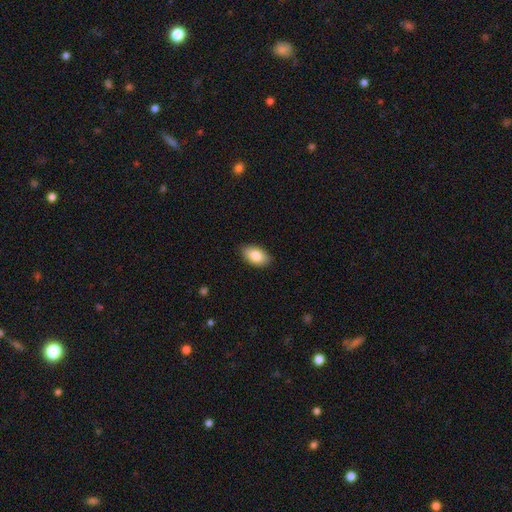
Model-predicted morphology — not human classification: smooth-or-featured: smooth: 84% | featured or disk: 9% | star or artifact: 7%
  how-rounded: in between: 94% | round: 5% | cigar-shaped: 2%
  merging: none: 88% | minor disturbance: 9% | major disturbance: 2% | merger: 1%